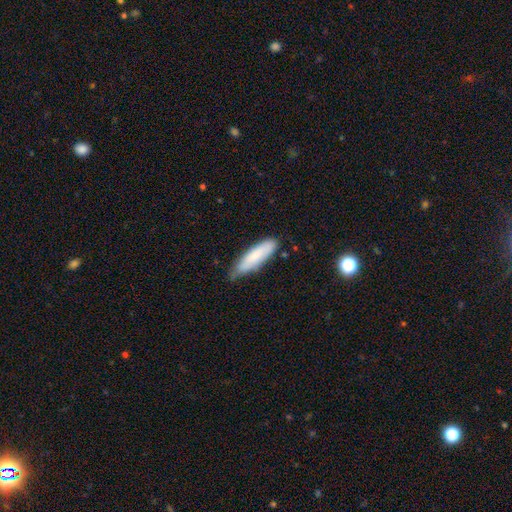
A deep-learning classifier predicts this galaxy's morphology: smooth 78%, featured or disk 16%, star or artifact 6%. Down the decision tree: how rounded — cigar-shaped (62%); merging — none (63%).